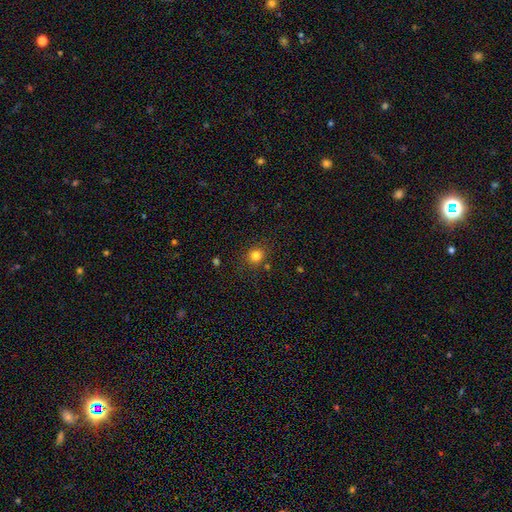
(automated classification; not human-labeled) smooth-or-featured: smooth: 81% | star or artifact: 13% | featured or disk: 6%
  how-rounded: round: 82% | in between: 17% | cigar-shaped: 1%
  merging: none: 82% | minor disturbance: 10% | merger: 5% | major disturbance: 3%